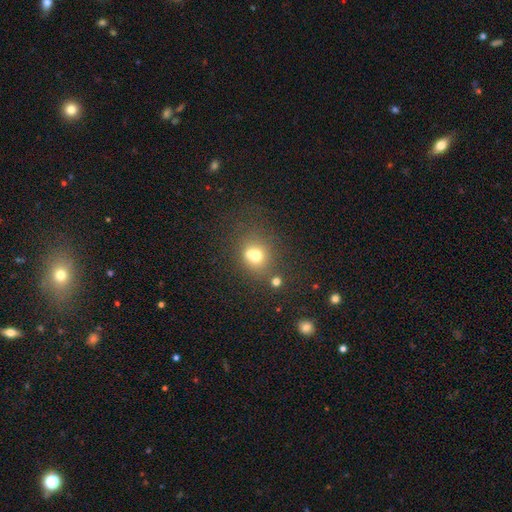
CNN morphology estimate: smooth-or-featured: smooth: 65% | featured or disk: 19% | star or artifact: 16%
  how-rounded: round: 75% | in between: 24% | cigar-shaped: 1%
  merging: none: 43% | merger: 40% | minor disturbance: 11% | major disturbance: 6%